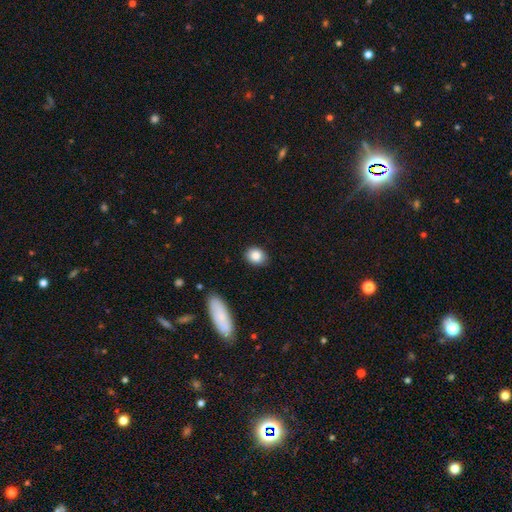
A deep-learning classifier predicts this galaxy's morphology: Smooth or featured? smooth (85%)
How rounded? round (55%)
Merging? none (87%)